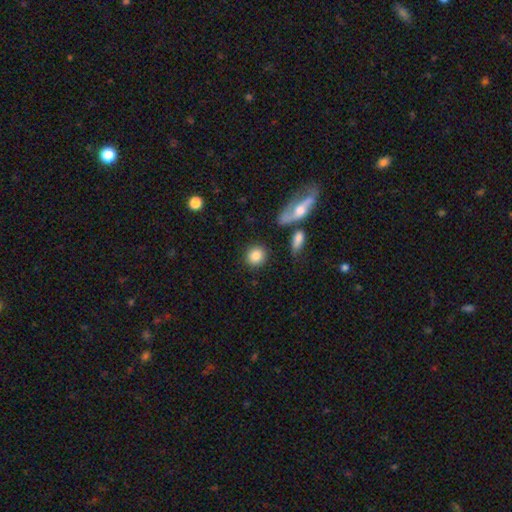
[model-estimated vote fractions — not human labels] This is clearly a smooth galaxy (84%). How rounded: clearly round (84%). Merging: clearly none (83%).